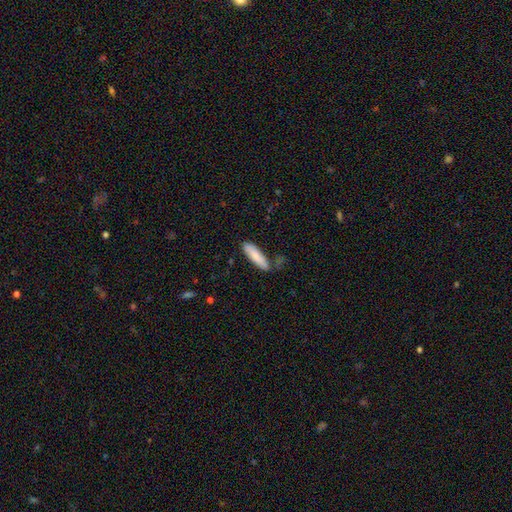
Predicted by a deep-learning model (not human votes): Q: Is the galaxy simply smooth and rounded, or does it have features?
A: smooth — 84%.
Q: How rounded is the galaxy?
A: cigar-shaped — 66%.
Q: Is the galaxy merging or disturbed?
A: none — 77%.